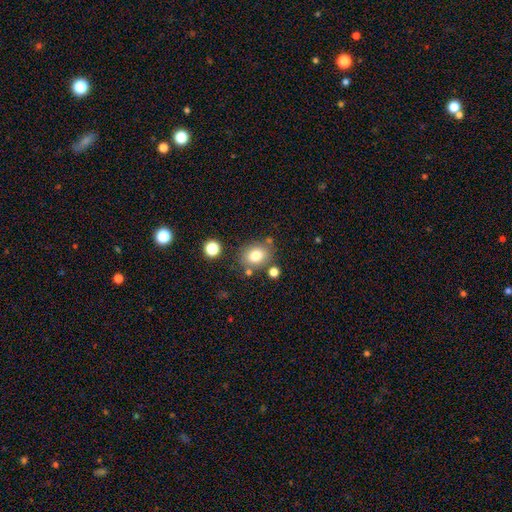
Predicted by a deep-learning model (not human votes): smooth 79%, star or artifact 11%, featured or disk 10%. Down the decision tree: how rounded — round (53%); merging — none (74%).